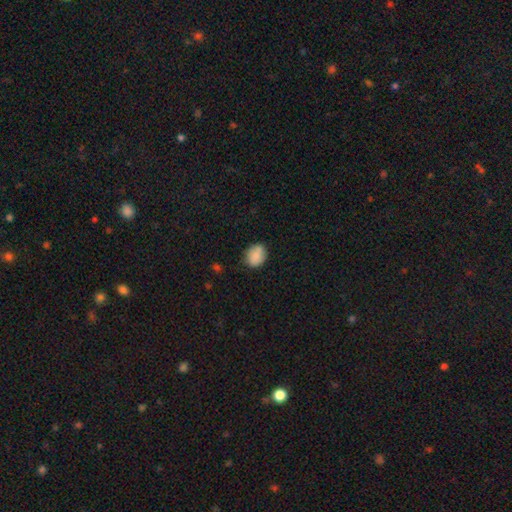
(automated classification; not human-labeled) Smooth or featured? smooth (83%)
How rounded? in between (51%)
Merging? none (73%)